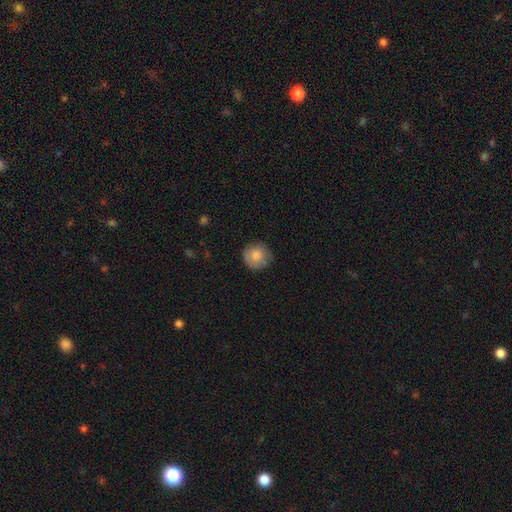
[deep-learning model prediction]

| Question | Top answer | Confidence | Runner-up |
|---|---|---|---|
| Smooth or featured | smooth | 80% | featured or disk (12%) |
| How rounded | round | 92% | in between (7%) |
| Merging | none | 79% | minor disturbance (17%) |